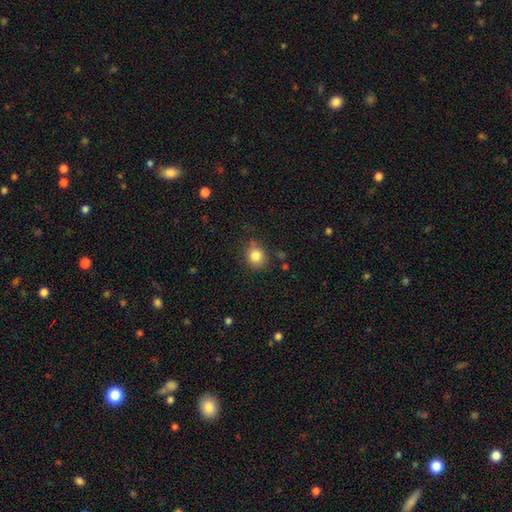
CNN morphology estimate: smooth_or_featured: smooth (p=0.83) [alt: star or artifact p=0.10]
how_rounded: round (p=0.70) [alt: in between p=0.29]
merging: none (p=0.80) [alt: minor disturbance p=0.14]